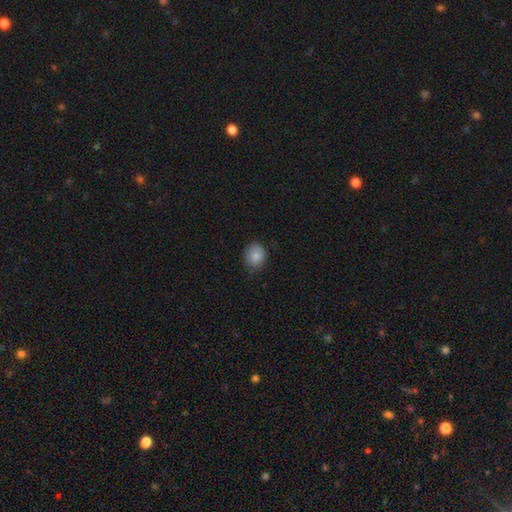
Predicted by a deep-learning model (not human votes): This is clearly a smooth galaxy (85%). How rounded: likely round (67%). Merging: likely none (77%).